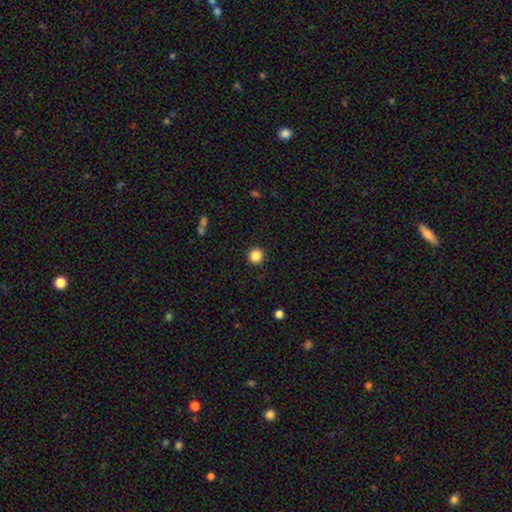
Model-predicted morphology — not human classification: Smooth or featured? Predicted: smooth (p=0.86). How rounded? Predicted: round (p=0.95). Merging? Predicted: none (p=0.92).